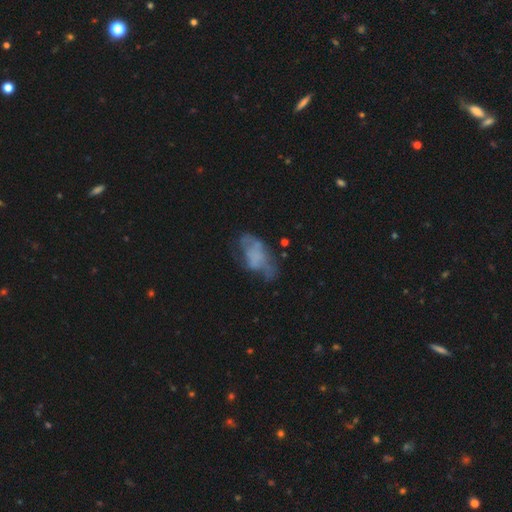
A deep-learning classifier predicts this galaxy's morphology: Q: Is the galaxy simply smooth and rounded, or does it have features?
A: featured or disk — 49%.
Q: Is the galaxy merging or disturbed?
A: none — 37%.